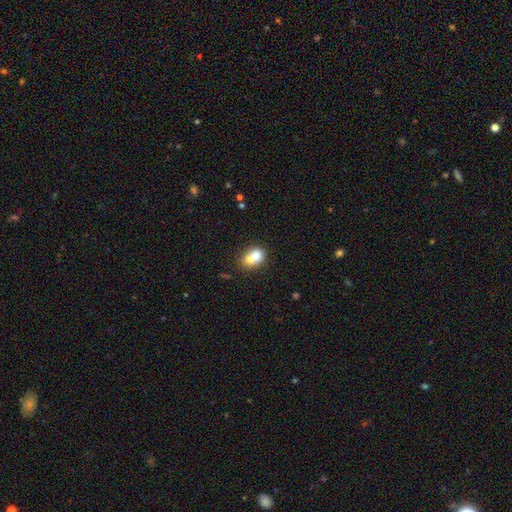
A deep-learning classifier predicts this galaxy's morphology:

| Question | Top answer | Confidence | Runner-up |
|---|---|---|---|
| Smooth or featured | smooth | 71% | featured or disk (19%) |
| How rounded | in between | 55% | round (43%) |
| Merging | merger | 60% | none (28%) |